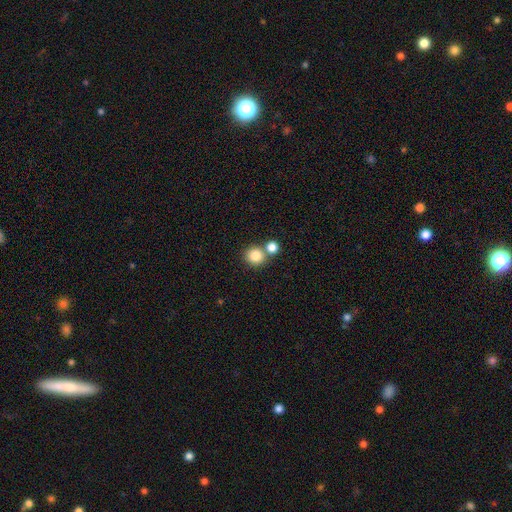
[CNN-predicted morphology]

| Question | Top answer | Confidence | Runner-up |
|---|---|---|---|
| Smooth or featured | smooth | 83% | star or artifact (10%) |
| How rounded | round | 89% | in between (10%) |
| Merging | none | 61% | merger (29%) |